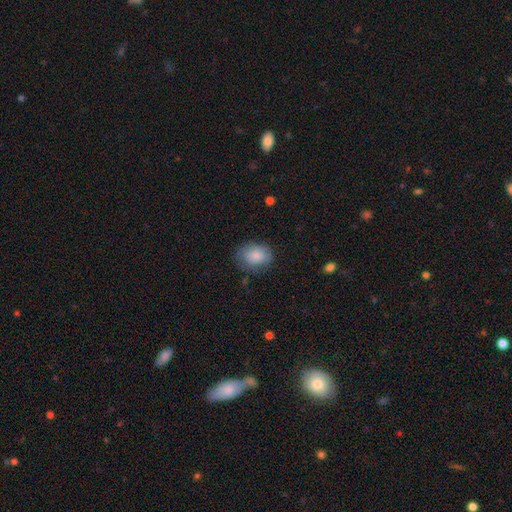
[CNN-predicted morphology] This is clearly a smooth galaxy (82%). How rounded: likely in between (62%). Merging: likely none (73%).